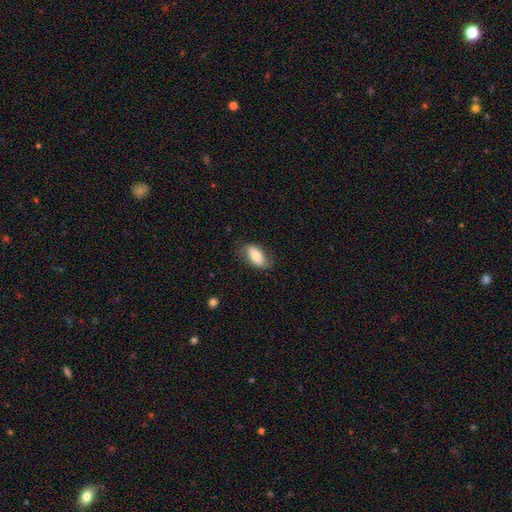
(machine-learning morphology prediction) smooth 73%, featured or disk 21%, star or artifact 6%. Down the decision tree: how rounded — in between (91%); merging — none (73%).